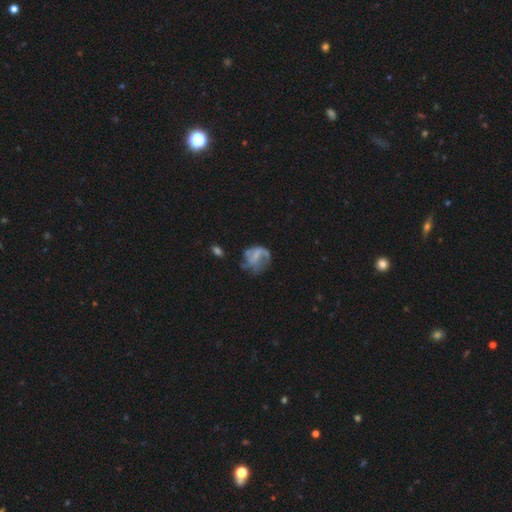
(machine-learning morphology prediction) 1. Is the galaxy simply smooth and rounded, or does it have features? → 54% featured or disk, 36% smooth, 10% star or artifact.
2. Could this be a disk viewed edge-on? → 98% no, 2% yes.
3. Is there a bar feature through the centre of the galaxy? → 55% no, 33% weak, 12% strong.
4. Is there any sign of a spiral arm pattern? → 56% yes, 44% no.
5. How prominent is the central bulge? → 55% none, 26% small, 14% moderate, 4% large, 1% dominant.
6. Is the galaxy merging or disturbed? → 36% major disturbance, 35% none, 24% minor disturbance, 5% merger.